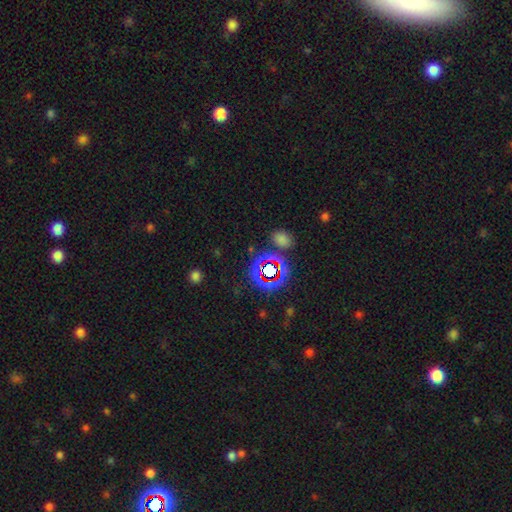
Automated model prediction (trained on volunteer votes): Smooth or featured?
  - star or artifact: 46% *
  - smooth: 30%
  - featured or disk: 24%